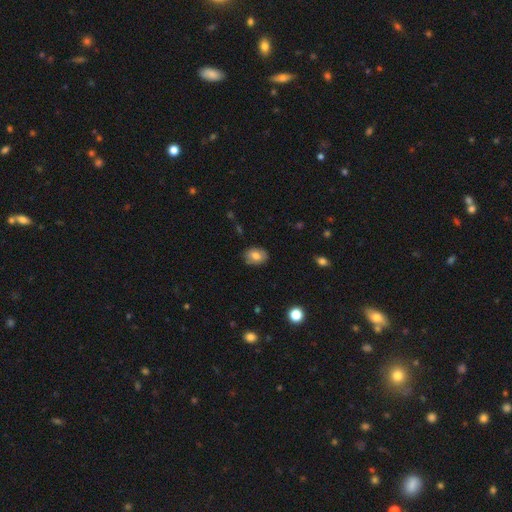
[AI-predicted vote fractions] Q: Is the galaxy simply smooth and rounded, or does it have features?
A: smooth — 73%.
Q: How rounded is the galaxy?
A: in between — 67%.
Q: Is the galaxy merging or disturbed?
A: none — 84%.